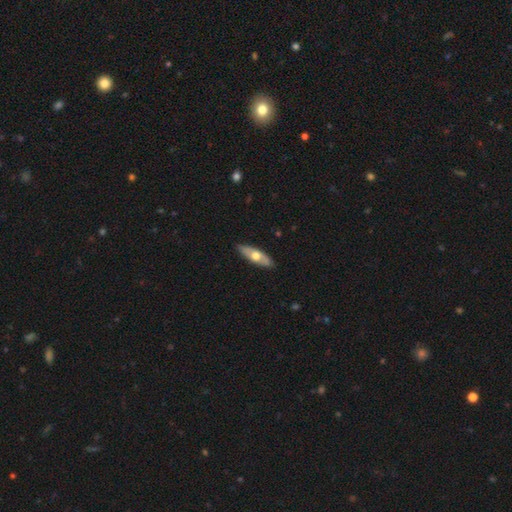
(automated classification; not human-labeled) The model was most divided on "smooth or featured": smooth: 51%, featured or disk: 44%, star or artifact: 5%. More confident: merging — none (87%); how rounded — in between (59%).